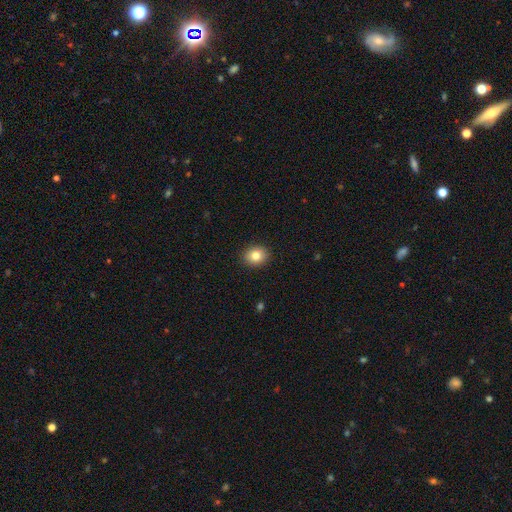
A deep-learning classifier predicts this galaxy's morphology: The model was most divided on "how rounded": round: 61%, in between: 38%, cigar-shaped: 1%. More confident: merging — none (91%); smooth or featured — smooth (82%).